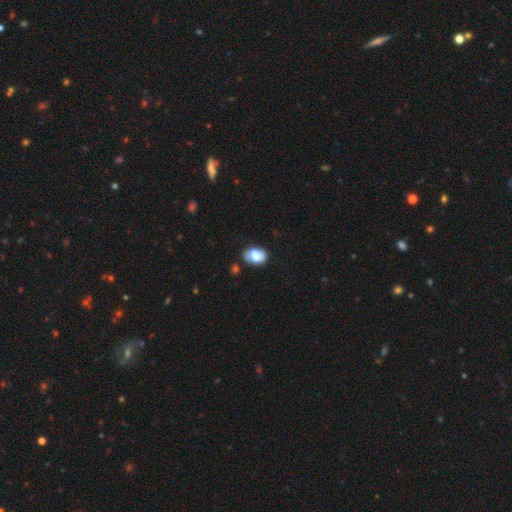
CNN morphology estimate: A smooth galaxy with no disk features (72%) that is in between round and cigar-shaped (82%). Merging: none (65%).